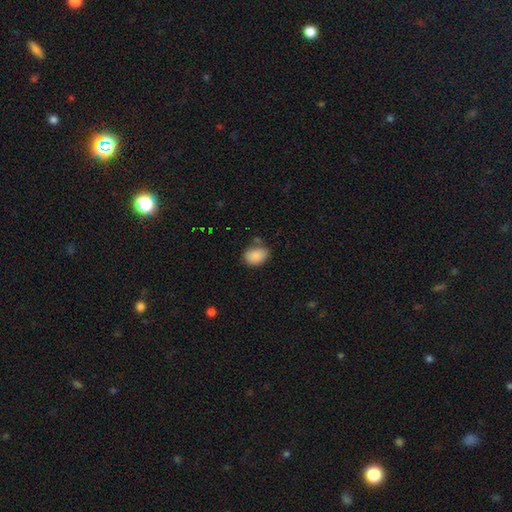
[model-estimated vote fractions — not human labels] Smooth or featured? smooth (88%)
How rounded? in between (77%)
Merging? none (69%)